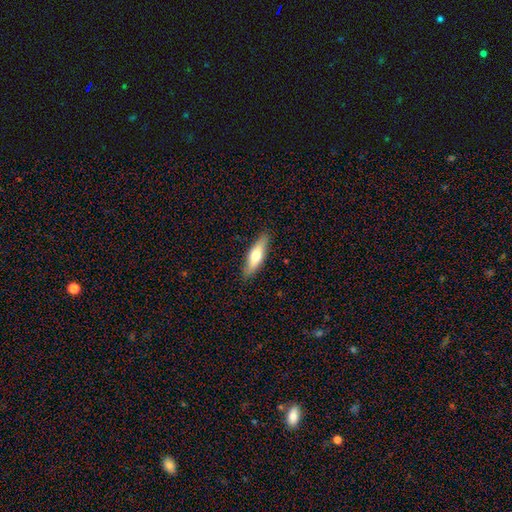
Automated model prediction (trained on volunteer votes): Smooth or featured? Predicted: smooth (p=0.57). How rounded? Predicted: cigar-shaped (p=0.57). Merging? Predicted: none (p=0.88).